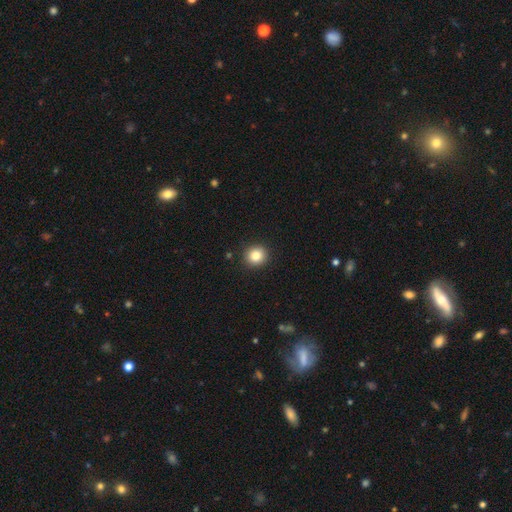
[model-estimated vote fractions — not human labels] smooth-or-featured: smooth: 84% | star or artifact: 10% | featured or disk: 6%
  how-rounded: round: 90% | in between: 9% | cigar-shaped: 1%
  merging: none: 92% | minor disturbance: 6% | major disturbance: 2% | merger: 1%